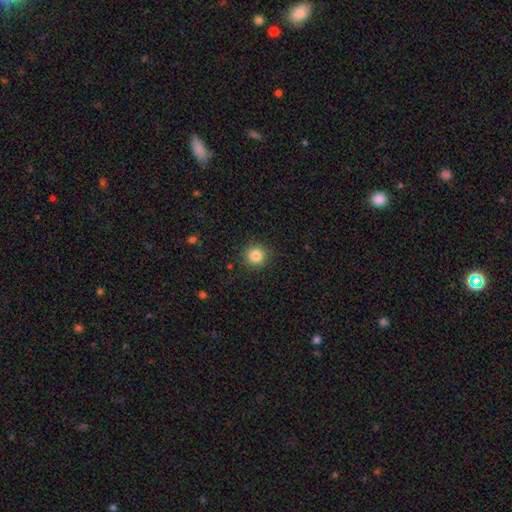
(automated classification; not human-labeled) smooth_or_featured: smooth (p=0.84) [alt: star or artifact p=0.11]
how_rounded: round (p=0.94) [alt: in between p=0.05]
merging: none (p=0.91) [alt: minor disturbance p=0.06]